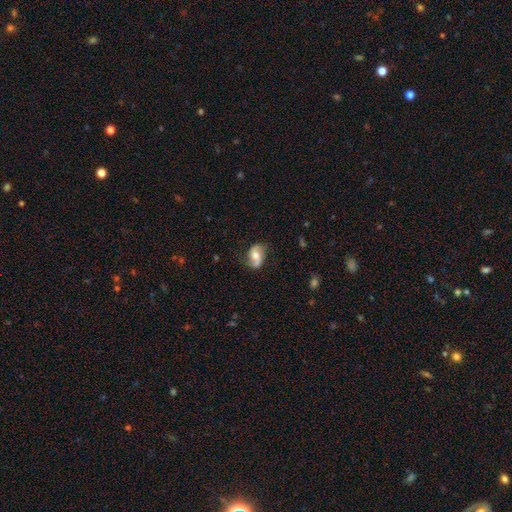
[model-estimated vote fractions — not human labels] Smooth or featured? Predicted: featured or disk (p=0.65). Edge-on disk? Predicted: no (p=0.97). Bar? Predicted: no (p=0.52). Spiral arms? Predicted: yes (p=0.90). Spiral winding? Predicted: loose (p=0.57). Spiral arm count? Predicted: 2 (p=0.88). Bulge size? Predicted: moderate (p=0.62). Merging? Predicted: none (p=0.69).